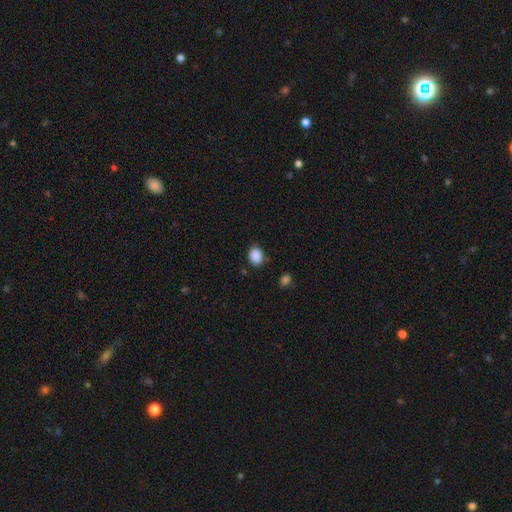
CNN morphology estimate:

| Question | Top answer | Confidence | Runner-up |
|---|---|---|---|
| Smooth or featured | smooth | 89% | star or artifact (9%) |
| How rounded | in between | 60% | round (39%) |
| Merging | none | 81% | minor disturbance (13%) |